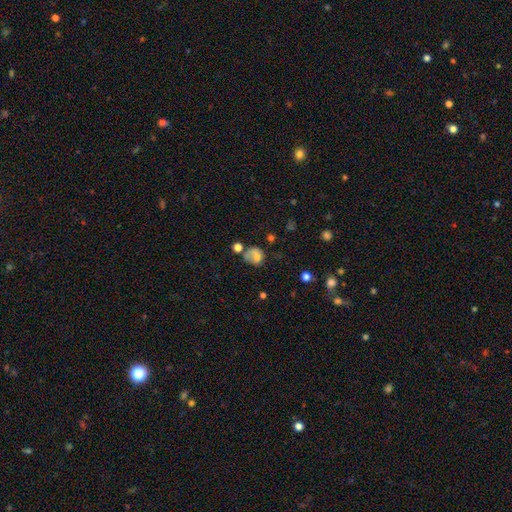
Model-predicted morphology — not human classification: Q: Smooth or featured?
A: smooth (66%); runner-up: featured or disk (21%)
Q: How rounded?
A: round (57%); runner-up: in between (42%)
Q: Merging?
A: none (37%); runner-up: minor disturbance (25%)